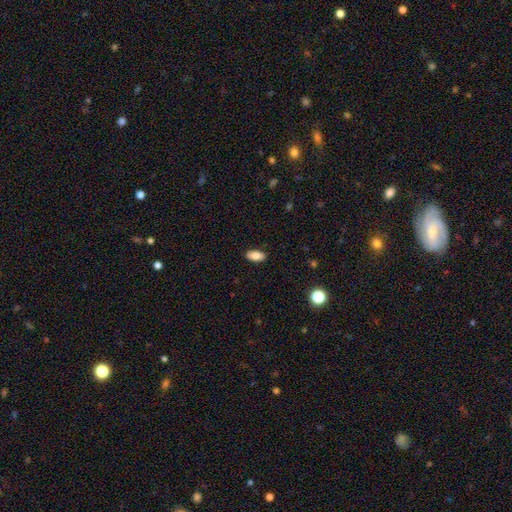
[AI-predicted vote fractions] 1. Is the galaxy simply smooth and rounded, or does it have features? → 83% smooth, 9% featured or disk, 8% star or artifact.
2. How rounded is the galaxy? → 90% in between, 7% cigar-shaped, 3% round.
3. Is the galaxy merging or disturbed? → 88% none, 9% minor disturbance, 2% major disturbance, 1% merger.